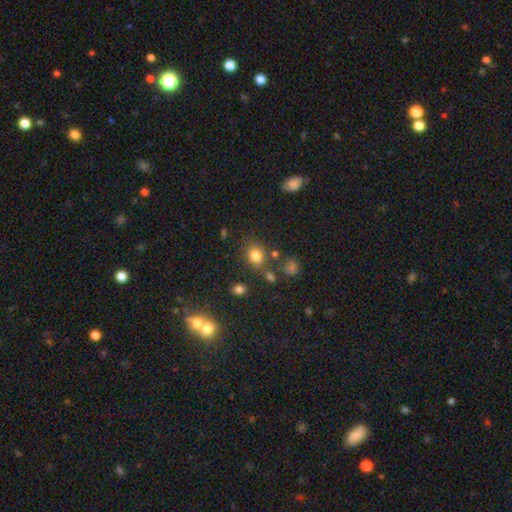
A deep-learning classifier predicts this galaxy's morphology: A smooth galaxy with no disk features (77%) that is round (68%). Merging: none (71%).